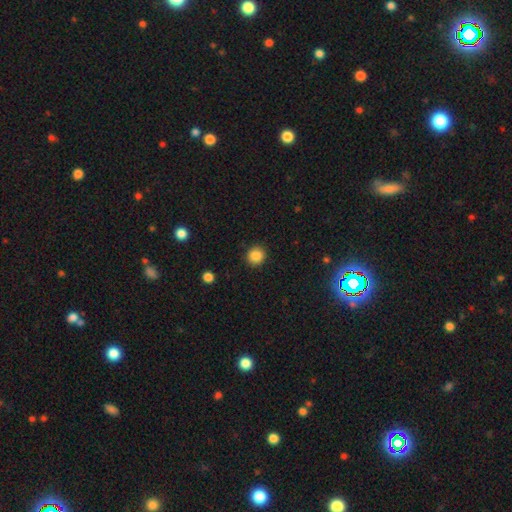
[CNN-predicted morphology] A smooth galaxy with no disk features (86%) that is round (89%). Merging: none (91%).